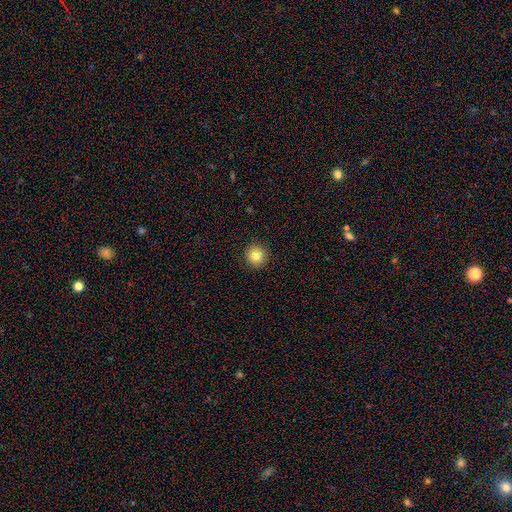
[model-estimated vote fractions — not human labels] smooth-or-featured: smooth: 80% | star or artifact: 12% | featured or disk: 8%
  how-rounded: round: 92% | in between: 7% | cigar-shaped: 1%
  merging: none: 90% | minor disturbance: 6% | major disturbance: 2% | merger: 2%